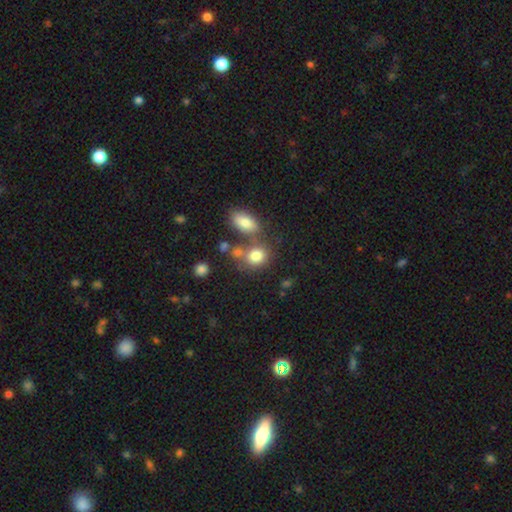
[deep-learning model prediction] A smooth galaxy with no disk features (80%) that is round (57%).

Vote fractions:
- Smooth or featured? smooth: 80% / star or artifact: 11% / featured or disk: 10%
- How rounded? round: 57% / in between: 42% / cigar-shaped: 2%
- Merging? none: 50% / merger: 31% / minor disturbance: 13% / major disturbance: 6%